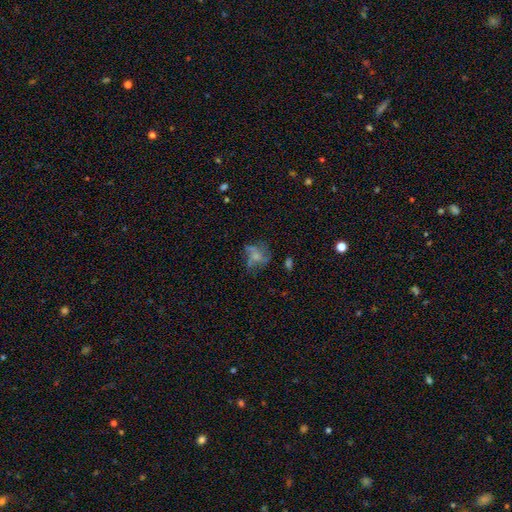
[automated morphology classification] Smooth or featured? Predicted: featured or disk (p=0.48). Merging? Predicted: none (p=0.48).